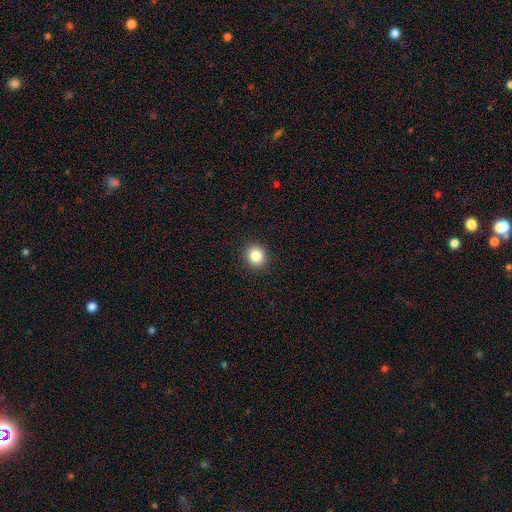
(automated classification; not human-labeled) Q: Smooth or featured?
A: smooth (85%); runner-up: star or artifact (10%)
Q: How rounded?
A: round (86%); runner-up: in between (13%)
Q: Merging?
A: none (91%); runner-up: minor disturbance (6%)